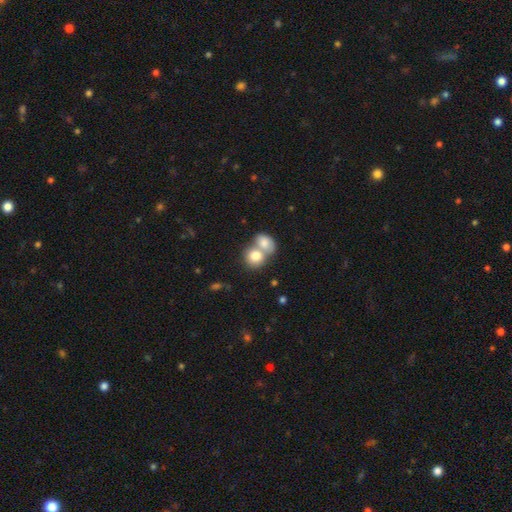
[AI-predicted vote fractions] Smooth or featured: smooth — 79% (featured or disk — 14%)
How rounded: round — 68% (in between — 31%)
Merging: merger — 66% (none — 25%)